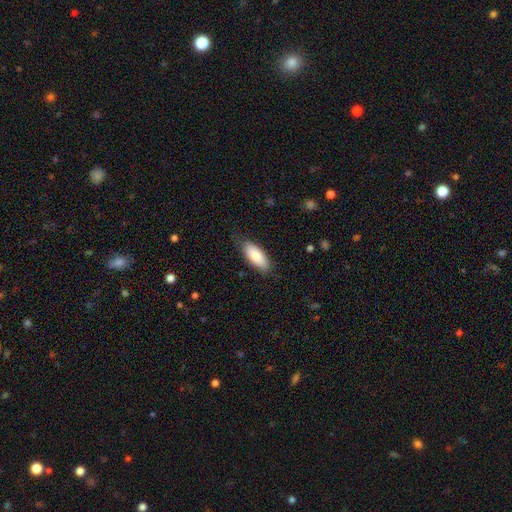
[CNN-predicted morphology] This is clearly a smooth galaxy (83%). How rounded: clearly in between (81%). Merging: likely none (78%).